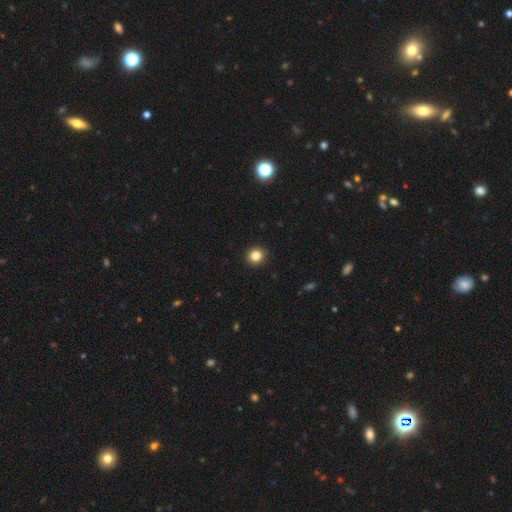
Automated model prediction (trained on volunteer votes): The model was most divided on "how rounded": round: 84%, in between: 15%, cigar-shaped: 1%. More confident: merging — none (91%); smooth or featured — smooth (84%).